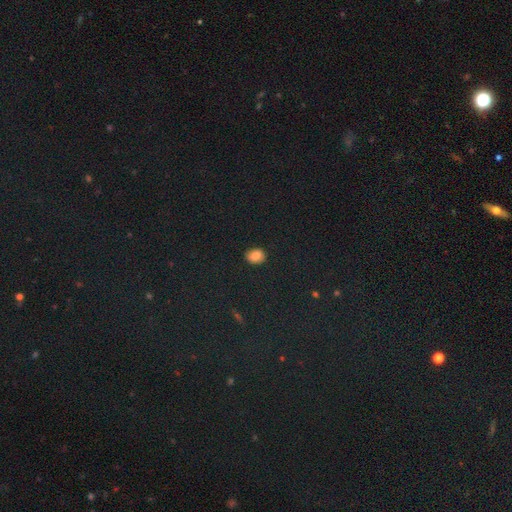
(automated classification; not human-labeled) smooth_or_featured: smooth (p=0.82) [alt: star or artifact p=0.12]
how_rounded: in between (p=0.53) [alt: round p=0.46]
merging: none (p=0.87) [alt: minor disturbance p=0.10]